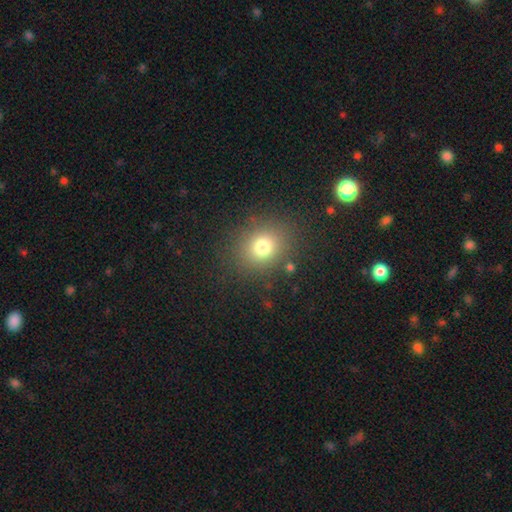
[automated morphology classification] The model was most divided on "how rounded": round: 71%, in between: 28%, cigar-shaped: 1%. More confident: merging — none (89%); smooth or featured — smooth (73%).